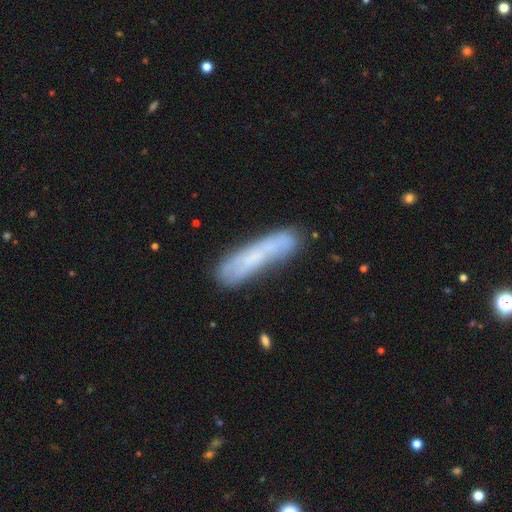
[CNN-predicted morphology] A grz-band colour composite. It shows a smooth galaxy with no disk features (55%) that is cigar-shaped (83%). Merging: none (65%).